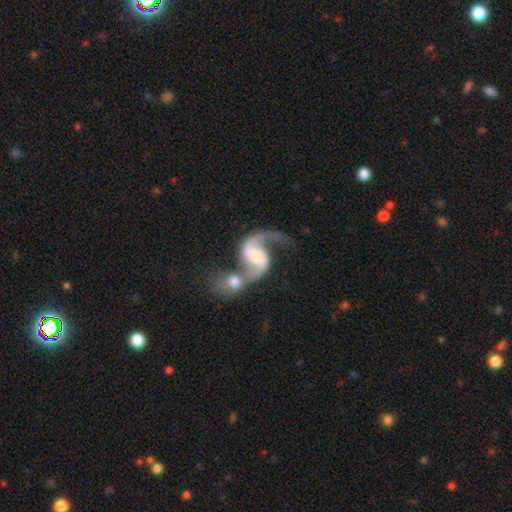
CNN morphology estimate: type=featured or disk (88%); edge-on=no (98%); bar=no (42%); spiral arms=yes (97%); winding=loose (70%); arm count=2 (88%); bulge=moderate (40%); merging=merger (60%).